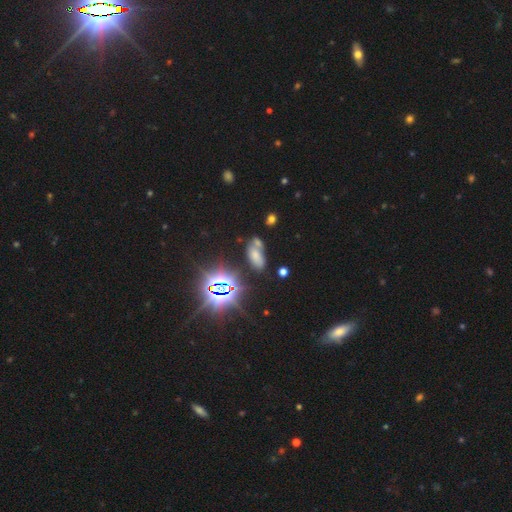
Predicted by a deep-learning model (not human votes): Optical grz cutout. It shows a smooth galaxy with no disk features (50%). Merging: none (46%).